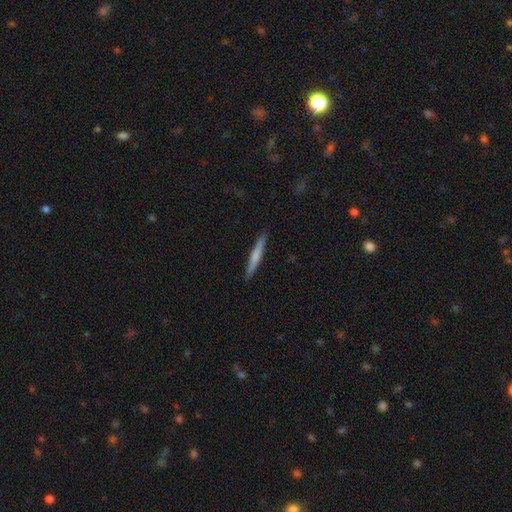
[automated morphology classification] A smooth galaxy with no disk features (55%) that is cigar-shaped (96%).

Vote fractions:
- Smooth or featured? smooth: 55% / featured or disk: 39% / star or artifact: 6%
- How rounded? cigar-shaped: 96% / in between: 3% / round: 1%
- Merging? none: 91% / minor disturbance: 6% / major disturbance: 1% / merger: 1%